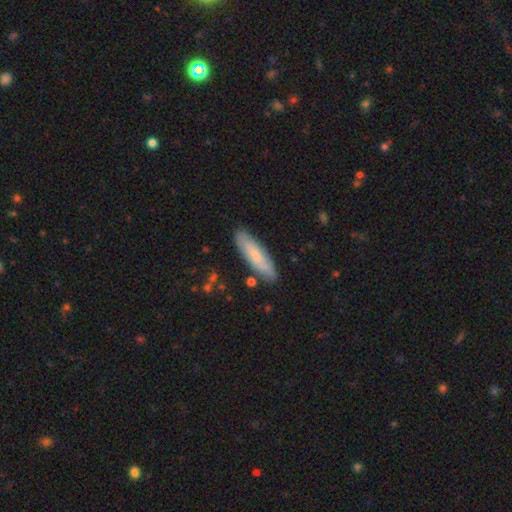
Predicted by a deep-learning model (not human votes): Smooth or featured: smooth — 73% (featured or disk — 21%)
How rounded: cigar-shaped — 66% (in between — 33%)
Merging: none — 85% (minor disturbance — 11%)